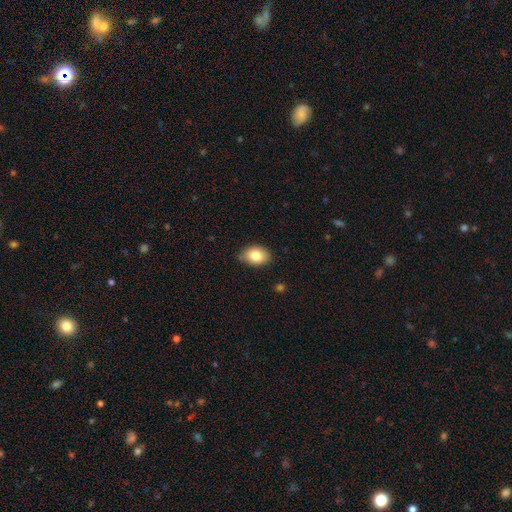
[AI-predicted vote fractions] Q: Smooth or featured?
A: smooth (84%); runner-up: featured or disk (8%)
Q: How rounded?
A: in between (78%); runner-up: round (21%)
Q: Merging?
A: none (80%); runner-up: minor disturbance (16%)